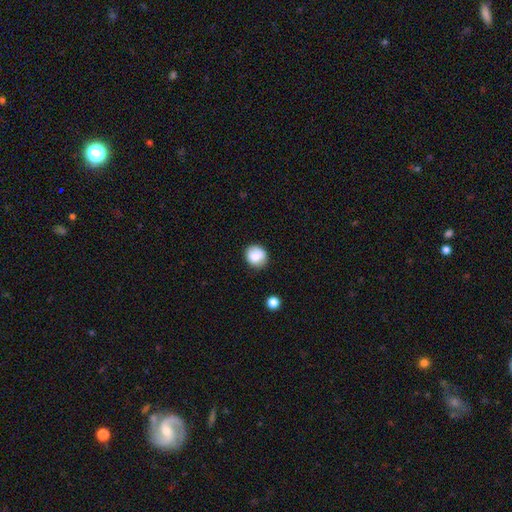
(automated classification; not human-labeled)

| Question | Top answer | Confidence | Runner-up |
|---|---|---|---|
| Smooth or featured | smooth | 82% | featured or disk (9%) |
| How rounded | round | 78% | in between (21%) |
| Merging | none | 76% | minor disturbance (17%) |